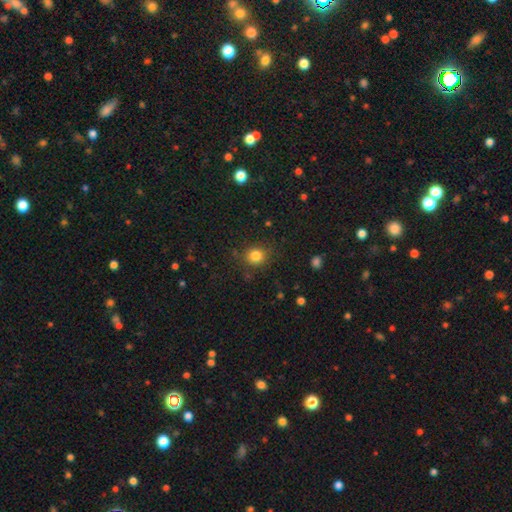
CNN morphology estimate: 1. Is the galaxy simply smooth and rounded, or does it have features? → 82% smooth, 13% star or artifact, 5% featured or disk.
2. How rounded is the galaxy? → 85% round, 14% in between, 1% cigar-shaped.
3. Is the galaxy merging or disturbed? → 84% none, 10% minor disturbance, 4% major disturbance, 2% merger.